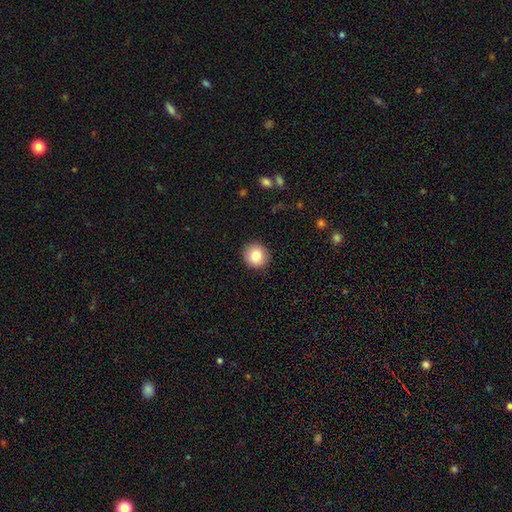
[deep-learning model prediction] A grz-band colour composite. It shows a smooth galaxy with no disk features (84%) that is round (92%). Merging: none (92%).